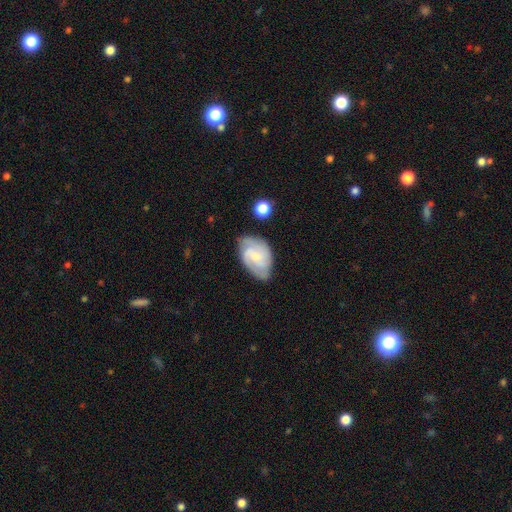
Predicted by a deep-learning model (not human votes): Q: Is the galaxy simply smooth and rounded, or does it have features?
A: featured or disk — 70%.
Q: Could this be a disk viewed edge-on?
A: no — 97%.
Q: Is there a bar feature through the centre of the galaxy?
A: no — 47%.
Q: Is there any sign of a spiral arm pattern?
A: yes — 93%.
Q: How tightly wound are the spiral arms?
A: medium — 44%.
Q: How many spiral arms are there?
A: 2 — 47%.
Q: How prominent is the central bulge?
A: small — 54%.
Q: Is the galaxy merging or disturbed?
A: none — 64%.